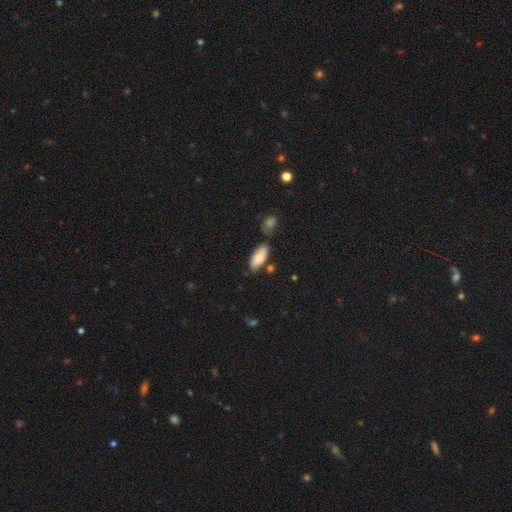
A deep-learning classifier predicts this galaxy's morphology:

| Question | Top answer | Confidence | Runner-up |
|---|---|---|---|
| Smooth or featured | smooth | 81% | featured or disk (12%) |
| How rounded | in between | 85% | cigar-shaped (13%) |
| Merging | none | 67% | minor disturbance (20%) |